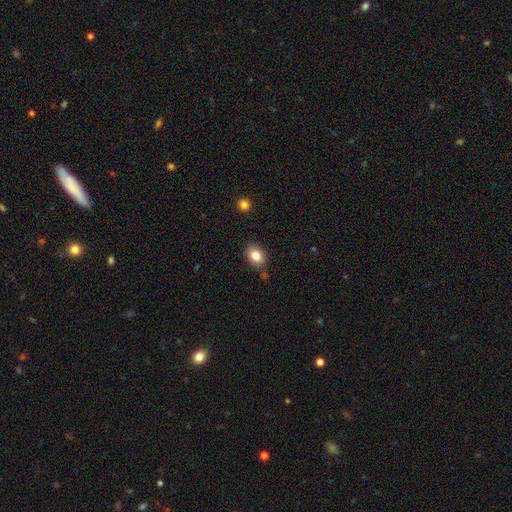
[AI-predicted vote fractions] Smooth or featured? Predicted: smooth (p=0.83). How rounded? Predicted: in between (p=0.68). Merging? Predicted: none (p=0.81).